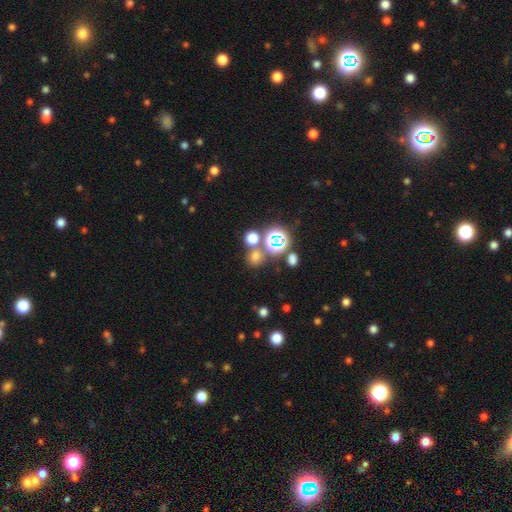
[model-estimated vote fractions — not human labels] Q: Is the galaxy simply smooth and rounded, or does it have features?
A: smooth — 60%.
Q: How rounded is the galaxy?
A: round — 79%.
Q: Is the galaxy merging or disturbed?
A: none — 66%.